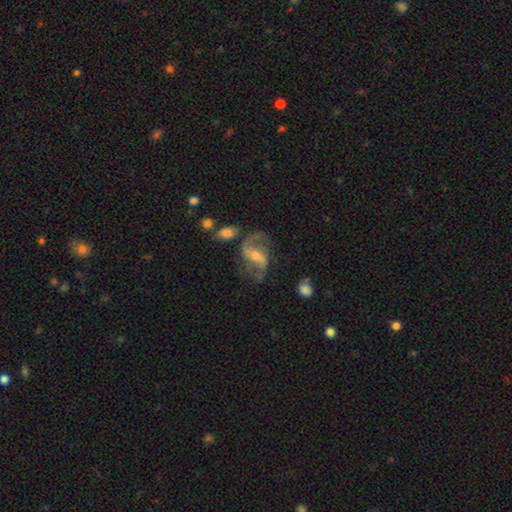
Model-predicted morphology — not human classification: A featured or disk galaxy (84%) with a weak bar (41%), 2 (88%) loose (54%) spiral arms (93%) and a small central bulge (52%). Merging: none (60%).